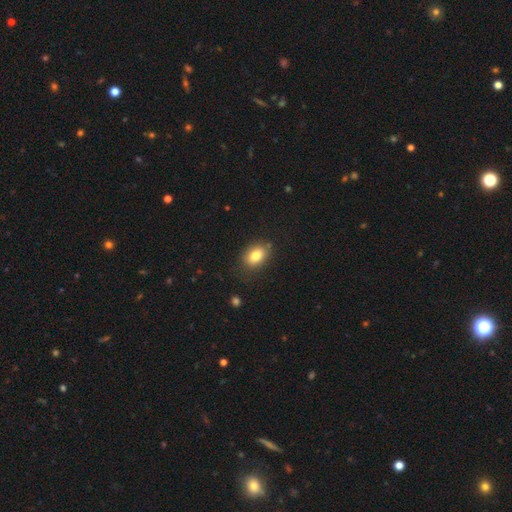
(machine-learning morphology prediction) smooth-or-featured: smooth: 81% | featured or disk: 10% | star or artifact: 9%
  how-rounded: in between: 78% | round: 21% | cigar-shaped: 1%
  merging: none: 81% | minor disturbance: 14% | major disturbance: 3% | merger: 2%